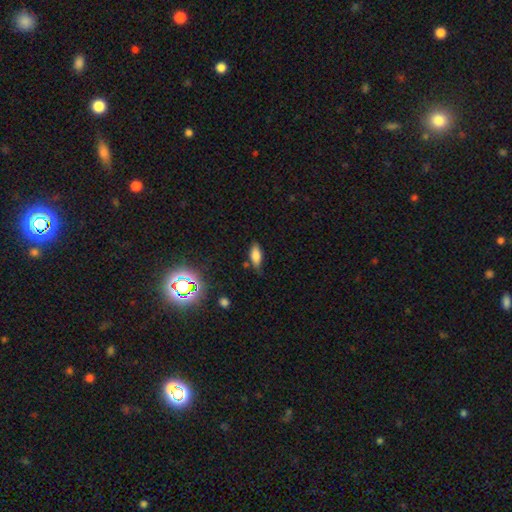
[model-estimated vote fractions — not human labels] The model was most divided on "merging": none: 64%, minor disturbance: 27%, major disturbance: 6%, merger: 3%. More confident: how rounded — in between (81%); smooth or featured — smooth (79%).